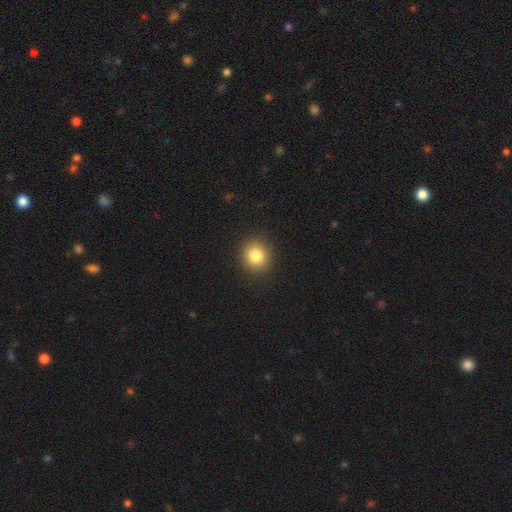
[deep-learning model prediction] Smooth or featured? Predicted: smooth (p=0.83). How rounded? Predicted: round (p=0.81). Merging? Predicted: none (p=0.91).